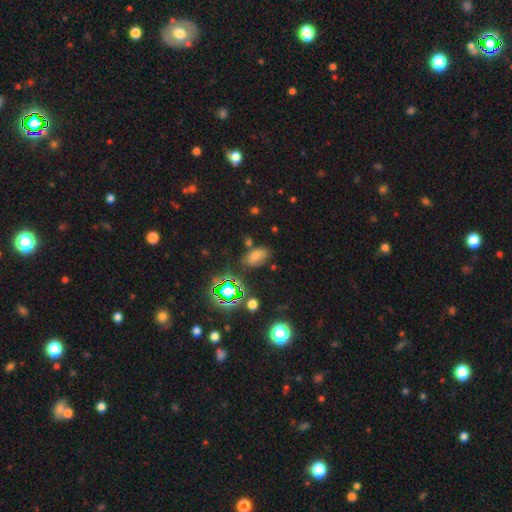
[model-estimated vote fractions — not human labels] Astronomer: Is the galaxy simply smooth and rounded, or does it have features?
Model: smooth — 48% (runner-up: star or artifact, 39%).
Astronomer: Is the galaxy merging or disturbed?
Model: none — 76%.